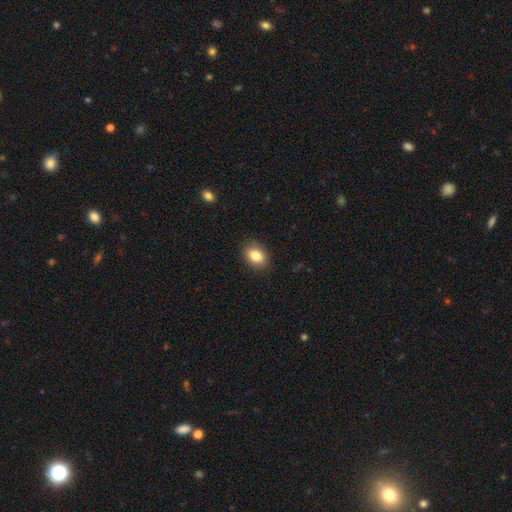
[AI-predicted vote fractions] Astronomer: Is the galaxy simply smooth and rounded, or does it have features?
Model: smooth — 85%.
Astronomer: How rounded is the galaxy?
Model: in between — 72%.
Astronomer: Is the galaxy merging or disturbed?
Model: none — 87%.